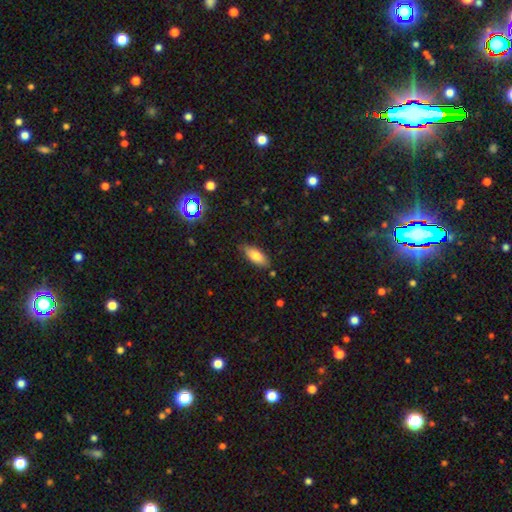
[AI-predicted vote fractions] smooth-or-featured: smooth: 78% | featured or disk: 15% | star or artifact: 7%
  how-rounded: in between: 78% | cigar-shaped: 19% | round: 2%
  merging: none: 82% | minor disturbance: 14% | major disturbance: 2% | merger: 2%